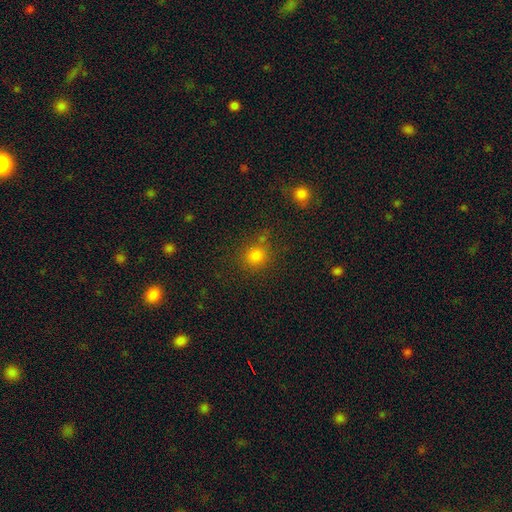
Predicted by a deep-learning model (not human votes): Morphology: type=smooth (79%); roundness=round (87%); merging=none (71%).